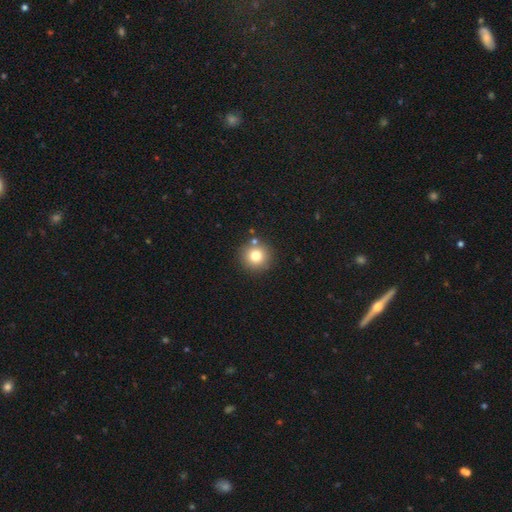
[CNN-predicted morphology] Overall: smooth (78%). How rounded: round (94%). Merging: none (83%).